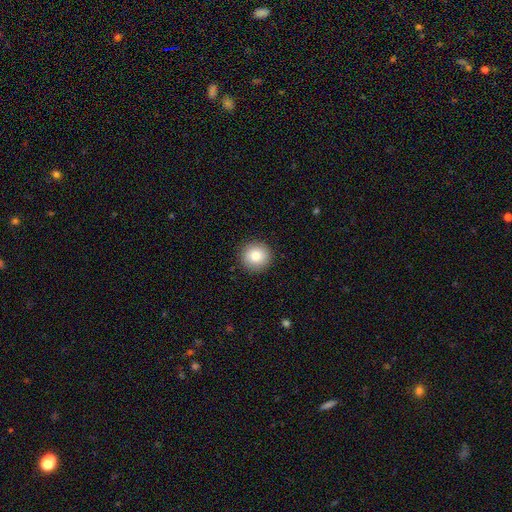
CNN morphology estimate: This is clearly a smooth galaxy (84%). How rounded: clearly round (94%). Merging: clearly none (91%).